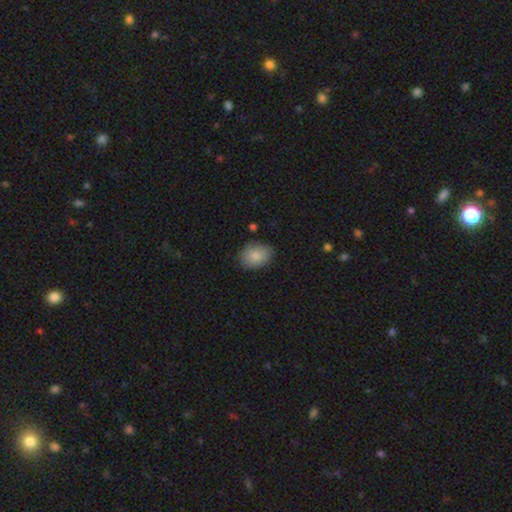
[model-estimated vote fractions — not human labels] A smooth galaxy with no disk features (85%) that is in between round and cigar-shaped (67%).

Vote fractions:
- Smooth or featured? smooth: 85% / featured or disk: 8% / star or artifact: 7%
- How rounded? in between: 67% / round: 32% / cigar-shaped: 1%
- Merging? none: 79% / minor disturbance: 16% / major disturbance: 3% / merger: 2%